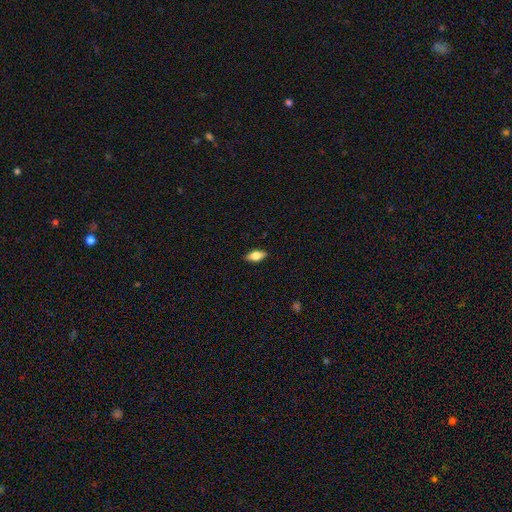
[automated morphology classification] Smooth or featured? Predicted: smooth (p=0.75). How rounded? Predicted: in between (p=0.86). Merging? Predicted: none (p=0.88).